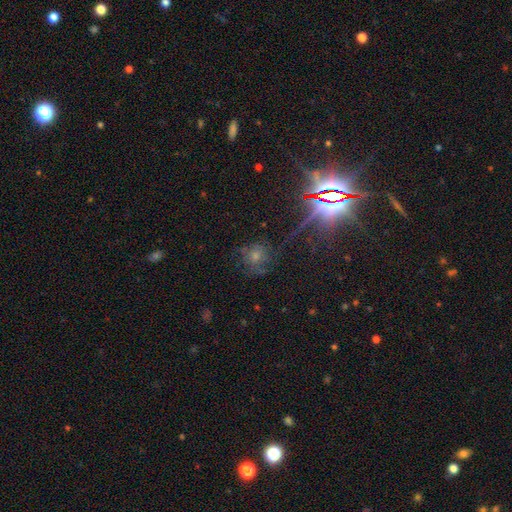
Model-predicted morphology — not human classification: A star or artifact, not a galaxy (48%).